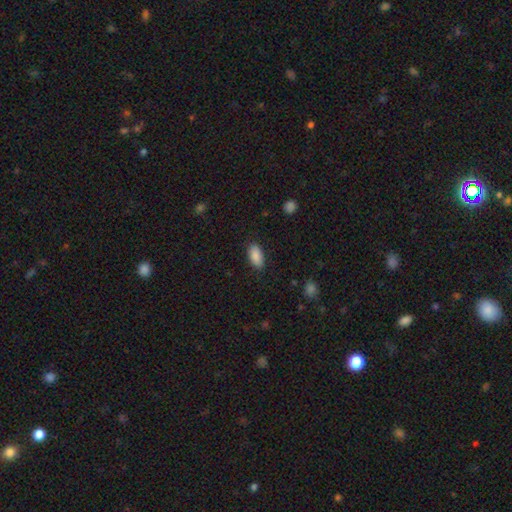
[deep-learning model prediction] This appears to be a smooth galaxy with no disk features (89%) that is in between round and cigar-shaped (92%). Merging: none (87%).